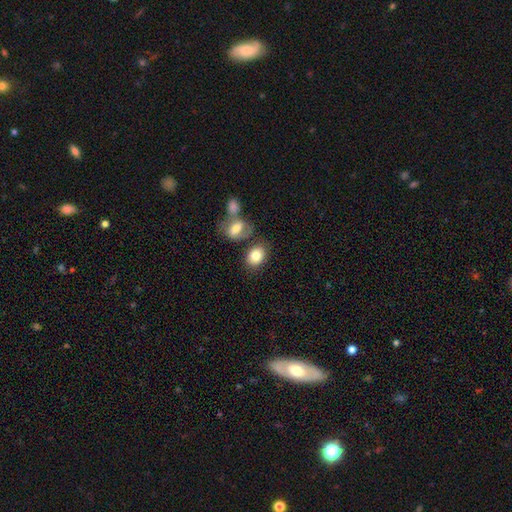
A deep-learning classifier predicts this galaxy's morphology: smooth 81%, featured or disk 11%, star or artifact 8%. Down the decision tree: how rounded — in between (68%); merging — none (63%).